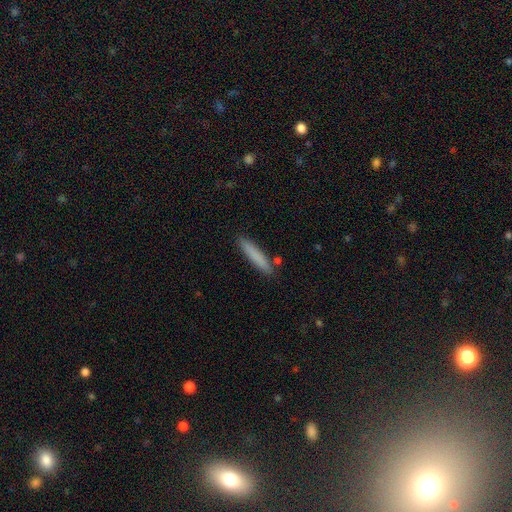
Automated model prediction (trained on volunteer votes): Smooth or featured? Predicted: smooth (p=0.81). How rounded? Predicted: cigar-shaped (p=0.92). Merging? Predicted: none (p=0.86).